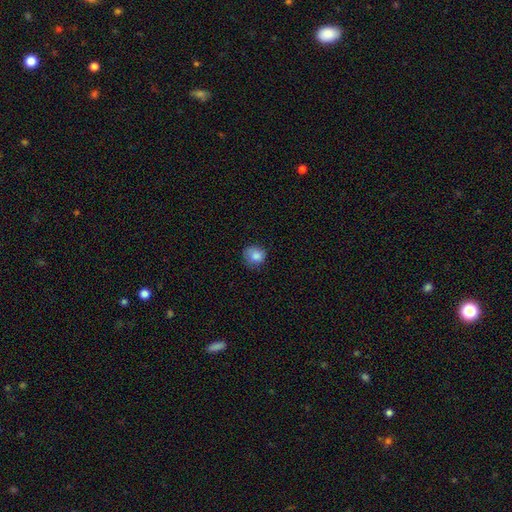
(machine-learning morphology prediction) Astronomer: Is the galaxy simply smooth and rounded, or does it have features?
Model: smooth — 84%.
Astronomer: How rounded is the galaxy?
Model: round — 81%.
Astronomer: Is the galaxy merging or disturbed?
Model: none — 68%.